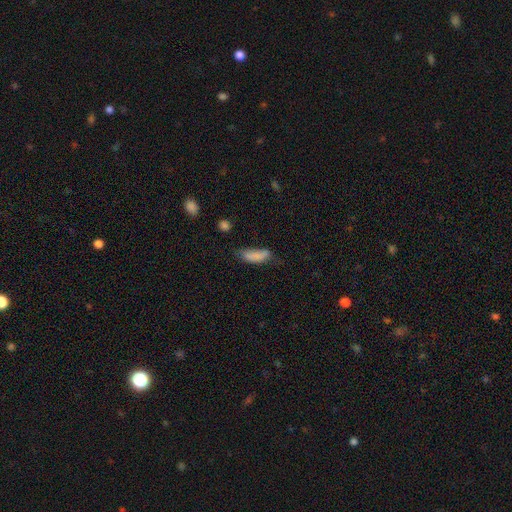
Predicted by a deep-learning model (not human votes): This appears to be a smooth galaxy with no disk features (80%) that is in between round and cigar-shaped (68%). Merging: none (41%).